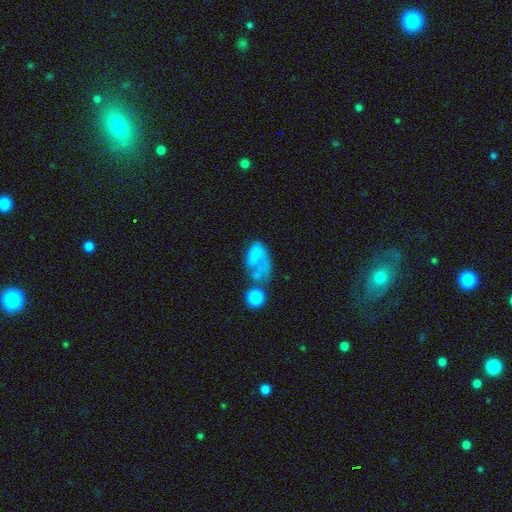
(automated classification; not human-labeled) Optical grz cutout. It shows a smooth galaxy with no disk features (59%) that is in between round and cigar-shaped (85%). Merging: major disturbance (38%).